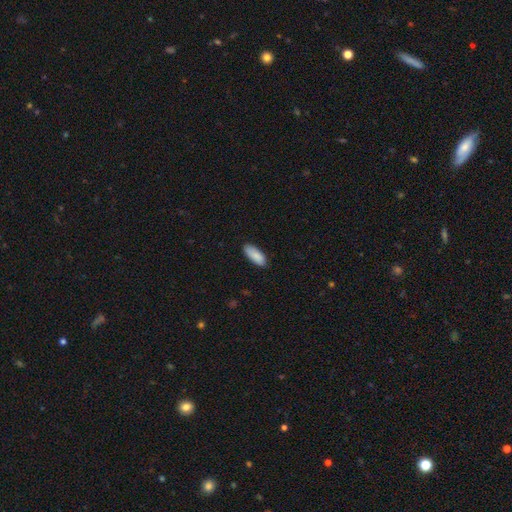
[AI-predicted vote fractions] Overall: smooth (88%). How rounded: in between (79%). Merging: none (86%).